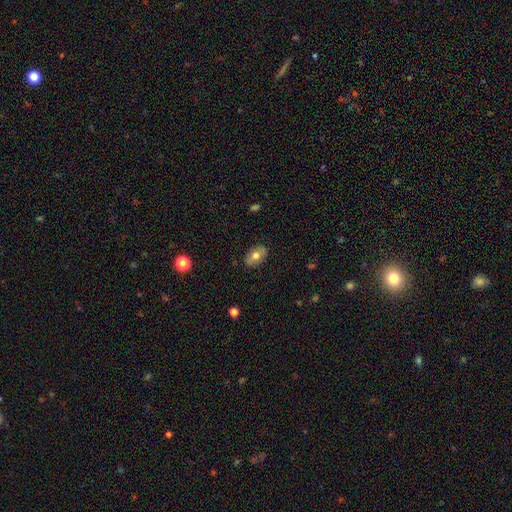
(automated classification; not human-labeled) A smooth galaxy with no disk features (67%) that is in between round and cigar-shaped (89%).

Vote fractions:
- Smooth or featured? smooth: 67% / featured or disk: 25% / star or artifact: 8%
- How rounded? in between: 89% / round: 9% / cigar-shaped: 2%
- Merging? none: 86% / minor disturbance: 11% / major disturbance: 2% / merger: 1%